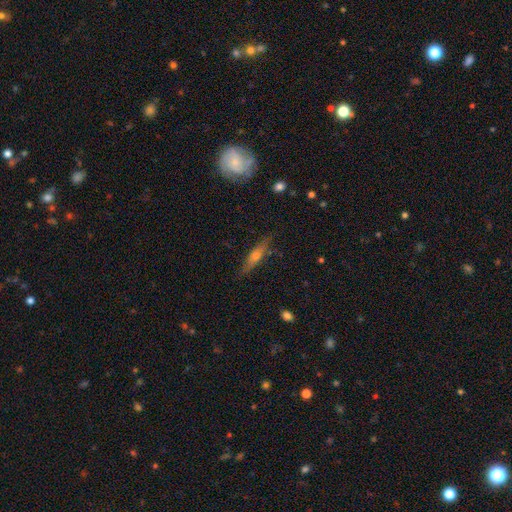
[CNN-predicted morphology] Smooth or featured?
  - featured or disk: 60% *
  - smooth: 32%
  - star or artifact: 8%
Edge-on disk?
  - yes: 90% *
  - no: 10%
Edge-on bulge?
  - rounded: 82% *
  - none: 10%
  - boxy: 7%
Merging?
  - none: 84% *
  - minor disturbance: 12%
  - major disturbance: 3%
  - merger: 2%